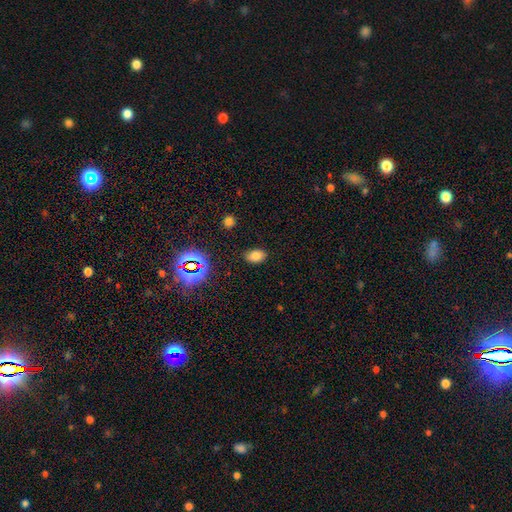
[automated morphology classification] Smooth or featured?
  - smooth: 75% *
  - star or artifact: 18%
  - featured or disk: 7%
How rounded?
  - in between: 85% *
  - round: 13%
  - cigar-shaped: 1%
Merging?
  - none: 85% *
  - minor disturbance: 11%
  - major disturbance: 3%
  - merger: 2%